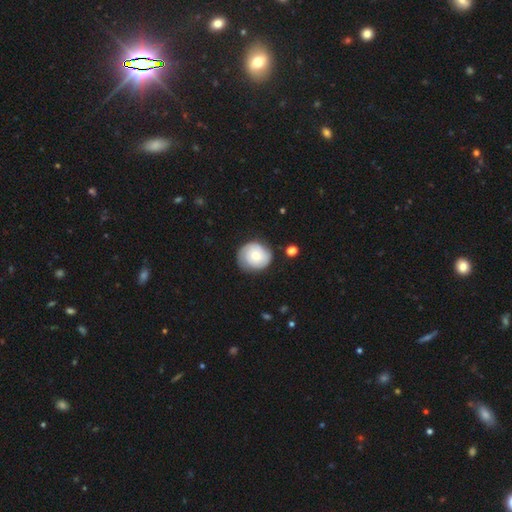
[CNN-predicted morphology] Smooth or featured?
  - smooth: 53% *
  - featured or disk: 41%
  - star or artifact: 7%
How rounded?
  - round: 83% *
  - in between: 16%
  - cigar-shaped: 1%
Merging?
  - none: 70% *
  - minor disturbance: 21%
  - major disturbance: 6%
  - merger: 2%